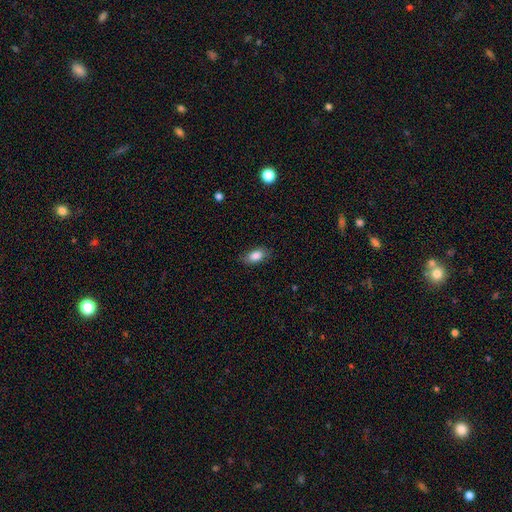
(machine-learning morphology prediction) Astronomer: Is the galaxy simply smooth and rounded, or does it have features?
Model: smooth — 85%.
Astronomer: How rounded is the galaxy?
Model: in between — 90%.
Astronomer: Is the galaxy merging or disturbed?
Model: none — 83%.